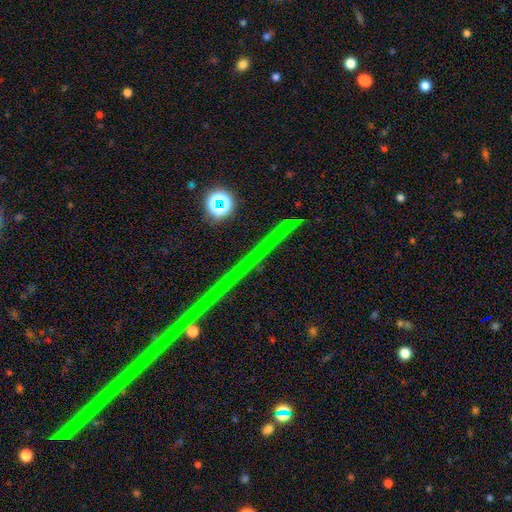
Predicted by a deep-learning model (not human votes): Smooth or featured? Predicted: star or artifact (p=0.83).